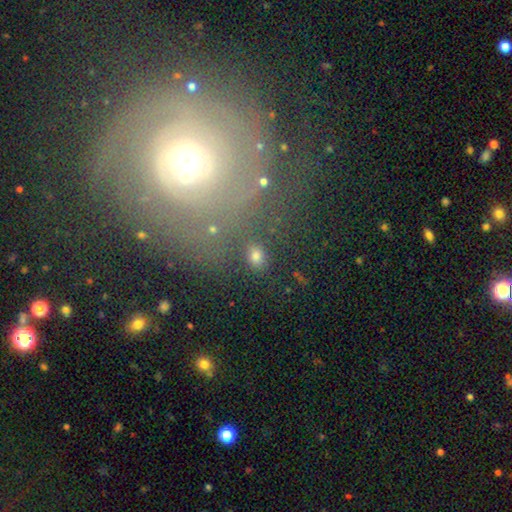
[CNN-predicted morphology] This appears to be a smooth galaxy with no disk features (72%) that is in between round and cigar-shaped (62%). Merging: none (82%).